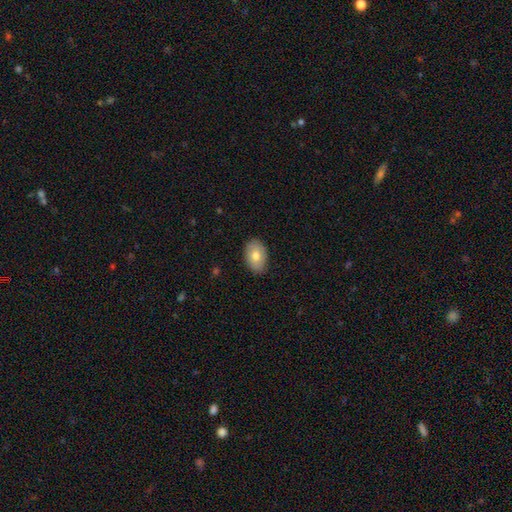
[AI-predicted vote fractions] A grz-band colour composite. It shows a smooth galaxy with no disk features (76%) that is in between round and cigar-shaped (86%). Merging: none (87%).